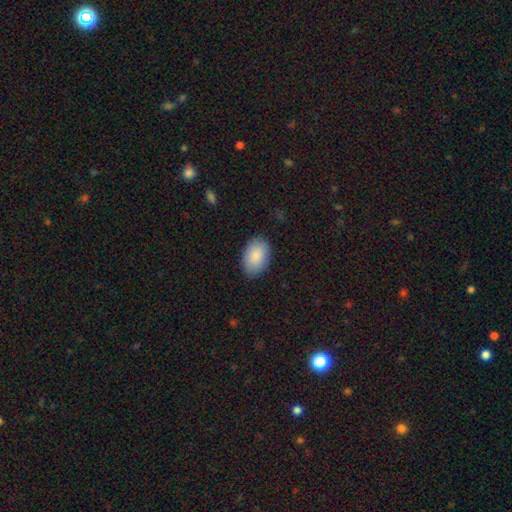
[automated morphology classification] This is clearly a smooth galaxy (88%). How rounded: clearly in between (91%). Merging: clearly none (86%).